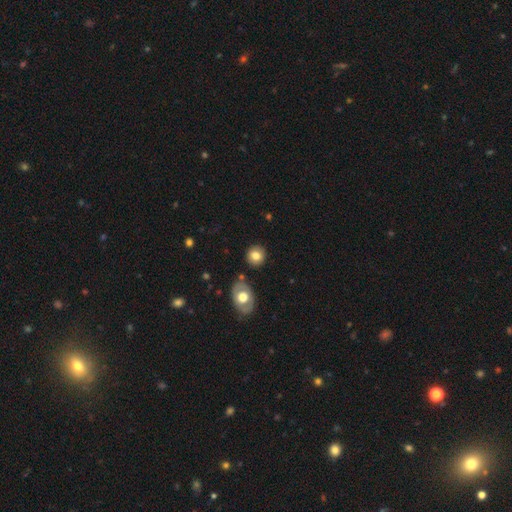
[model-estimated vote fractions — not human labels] A smooth galaxy with no disk features (76%) that is round (81%). Merging: none (84%).